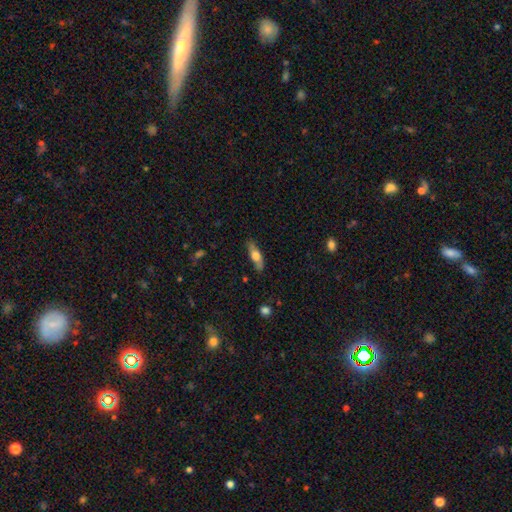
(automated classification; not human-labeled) Q: Smooth or featured?
A: smooth (59%); runner-up: featured or disk (35%)
Q: How rounded?
A: cigar-shaped (54%); runner-up: in between (43%)
Q: Merging?
A: none (82%); runner-up: minor disturbance (14%)